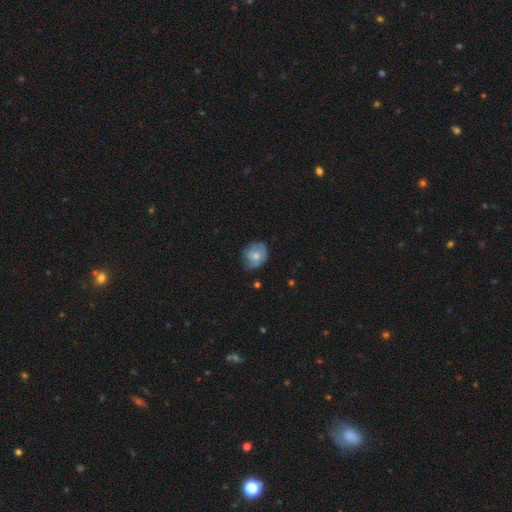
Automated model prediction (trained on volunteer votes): smooth 60%, featured or disk 33%, star or artifact 8%. Down the decision tree: how rounded — round (64%); merging — none (59%).